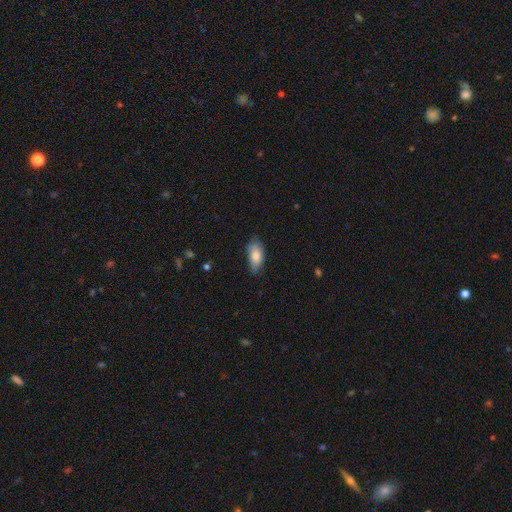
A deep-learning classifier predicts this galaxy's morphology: smooth_or_featured: smooth (p=0.82) [alt: featured or disk p=0.12]
how_rounded: in between (p=0.88) [alt: cigar-shaped p=0.10]
merging: none (p=0.74) [alt: minor disturbance p=0.21]